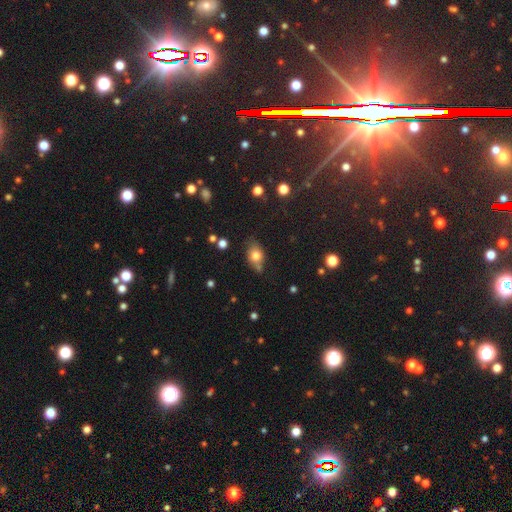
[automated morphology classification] A smooth galaxy with no disk features (75%) that is in between round and cigar-shaped (65%).

Vote fractions:
- Smooth or featured? smooth: 75% / featured or disk: 13% / star or artifact: 11%
- How rounded? in between: 65% / round: 33% / cigar-shaped: 2%
- Merging? none: 62% / minor disturbance: 23% / merger: 10% / major disturbance: 6%